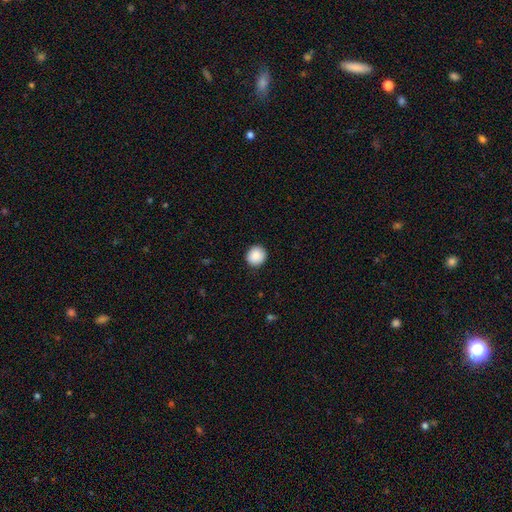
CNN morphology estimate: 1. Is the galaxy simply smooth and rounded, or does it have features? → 89% smooth, 8% star or artifact, 3% featured or disk.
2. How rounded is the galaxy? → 90% round, 9% in between, 1% cigar-shaped.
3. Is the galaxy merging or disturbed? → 91% none, 6% minor disturbance, 2% major disturbance, 1% merger.